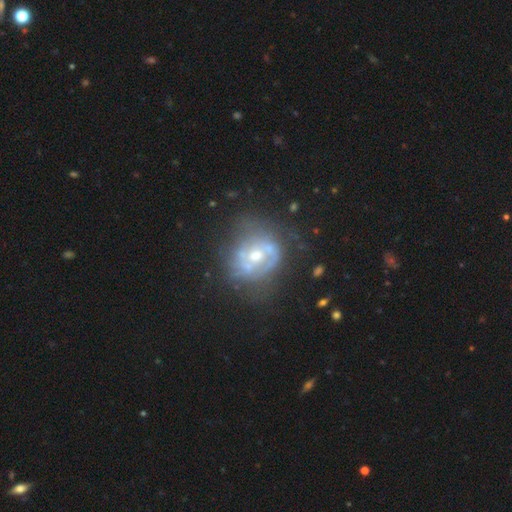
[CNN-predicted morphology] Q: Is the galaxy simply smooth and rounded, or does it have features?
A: featured or disk — 75%.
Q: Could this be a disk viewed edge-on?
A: no — 97%.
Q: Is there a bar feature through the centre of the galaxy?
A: no — 65%.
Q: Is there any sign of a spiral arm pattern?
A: yes — 71%.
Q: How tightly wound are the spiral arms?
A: tight — 46%.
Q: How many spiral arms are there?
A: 2 — 39%.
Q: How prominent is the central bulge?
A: moderate — 60%.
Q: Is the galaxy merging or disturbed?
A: none — 54%.